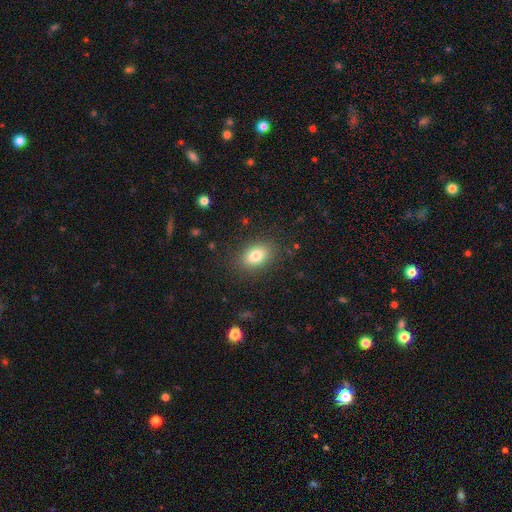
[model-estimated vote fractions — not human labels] Smooth or featured?
  - smooth: 80% *
  - featured or disk: 11%
  - star or artifact: 10%
How rounded?
  - in between: 82% *
  - round: 16%
  - cigar-shaped: 2%
Merging?
  - none: 85% *
  - minor disturbance: 10%
  - major disturbance: 4%
  - merger: 1%